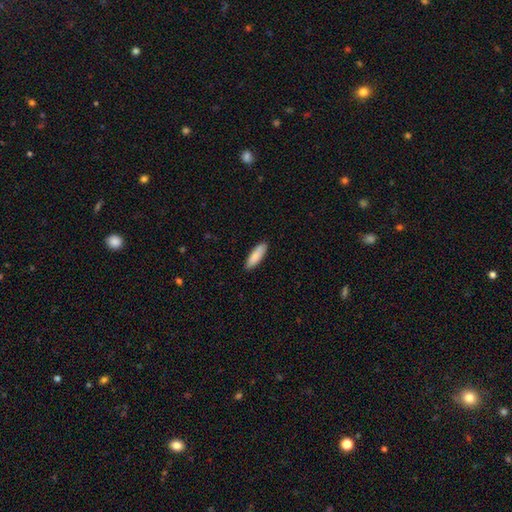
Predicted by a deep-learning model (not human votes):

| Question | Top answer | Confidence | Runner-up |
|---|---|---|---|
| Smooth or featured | smooth | 87% | featured or disk (8%) |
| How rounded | cigar-shaped | 50% | in between (48%) |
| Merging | none | 89% | minor disturbance (9%) |